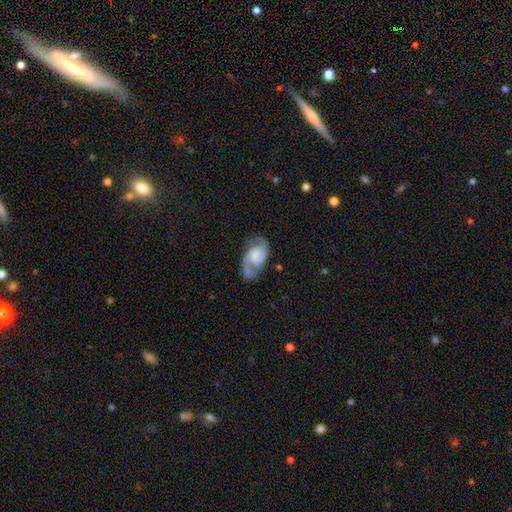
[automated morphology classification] This appears to be a featured or disk galaxy (84%) with no bar (45%), 2 (86%) medium (52%) spiral arms (96%) and a small central bulge (40%). Merging: none (71%).